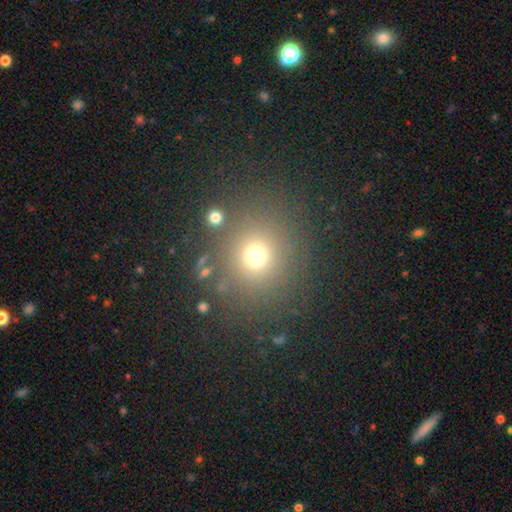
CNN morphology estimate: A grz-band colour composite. It shows a smooth galaxy with no disk features (70%) that is round (88%). Merging: none (81%).